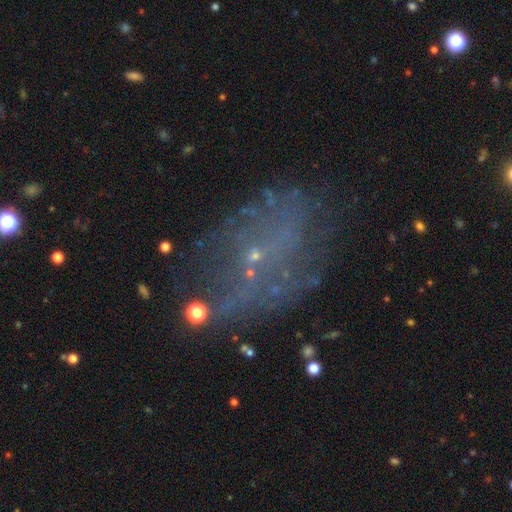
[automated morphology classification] Overall: featured or disk (54%; star or artifact 24%). Edge-on disk: no (94%). Bar: no (66%). Spiral arms: no (52%; yes 48%). Bulge size: small (68%). Merging: none (62%).